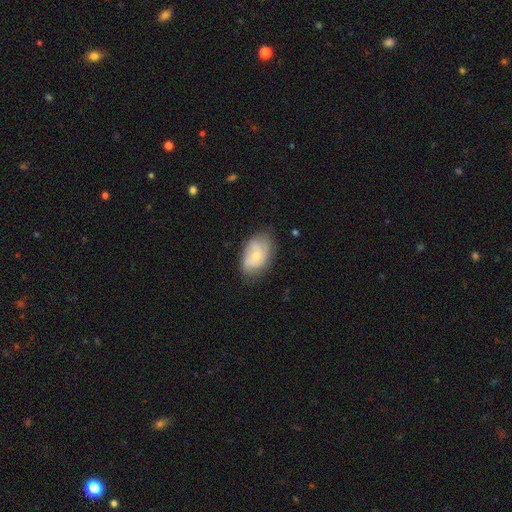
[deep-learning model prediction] smooth-or-featured: featured or disk: 52% | smooth: 41% | star or artifact: 7%
  disk-edge-on: no: 96% | yes: 4%
  merging: none: 69% | minor disturbance: 23% | major disturbance: 7% | merger: 1%